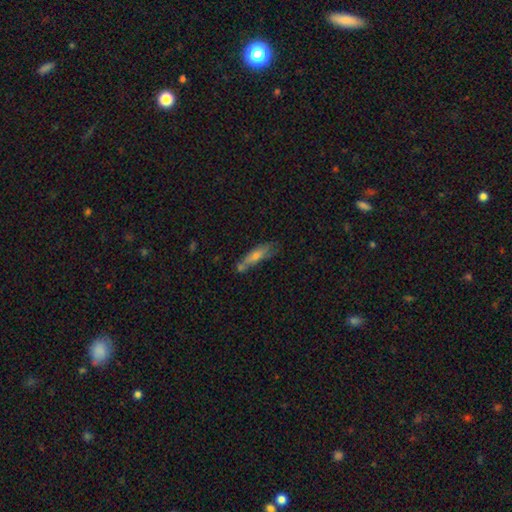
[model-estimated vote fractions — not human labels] Q: Smooth or featured?
A: smooth (63%); runner-up: featured or disk (29%)
Q: How rounded?
A: cigar-shaped (65%); runner-up: in between (33%)
Q: Merging?
A: none (50%); runner-up: minor disturbance (22%)